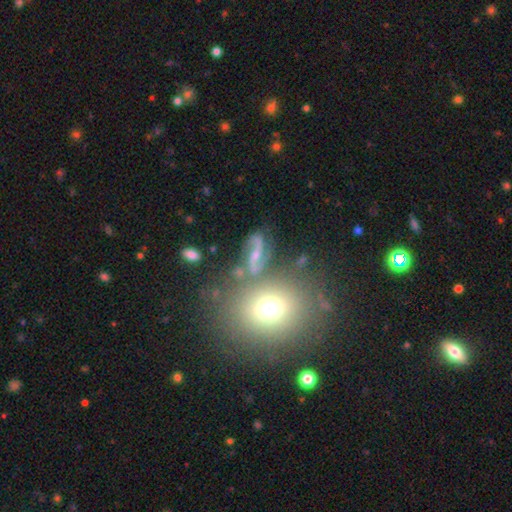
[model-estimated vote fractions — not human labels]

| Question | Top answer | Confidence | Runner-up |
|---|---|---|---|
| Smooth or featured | featured or disk | 74% | smooth (15%) |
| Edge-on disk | no | 94% | yes (6%) |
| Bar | weak | 41% | no (32%) |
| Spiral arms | yes | 90% | no (10%) |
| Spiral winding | loose | 63% | medium (28%) |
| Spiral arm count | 2 | 91% | can't tell (3%) |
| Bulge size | small | 52% | moderate (35%) |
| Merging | none | 62% | minor disturbance (16%) |